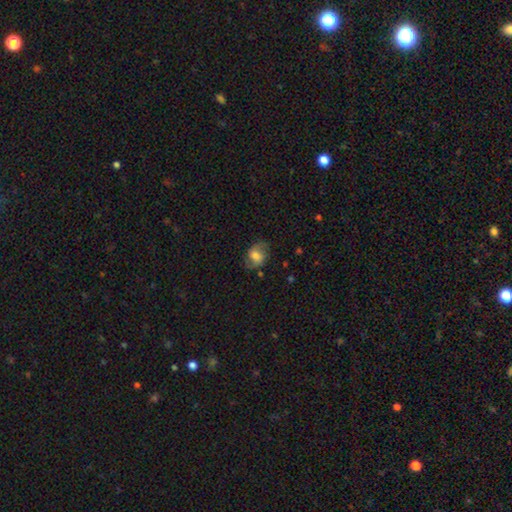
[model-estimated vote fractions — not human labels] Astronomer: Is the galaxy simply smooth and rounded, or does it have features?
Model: smooth — 55% (runner-up: featured or disk, 36%).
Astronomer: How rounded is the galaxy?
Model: in between — 65%.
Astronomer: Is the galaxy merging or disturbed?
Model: none — 66%.